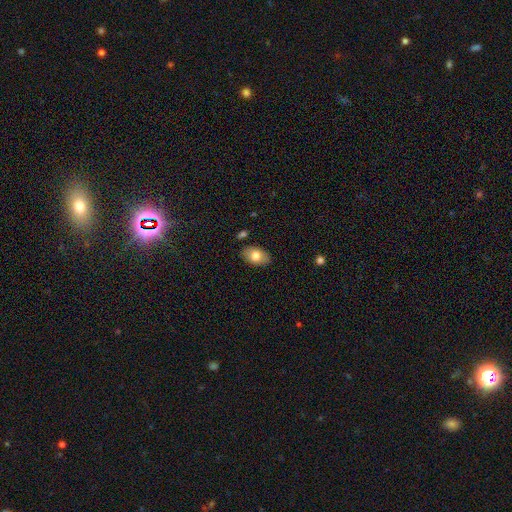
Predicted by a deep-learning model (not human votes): This appears to be a smooth galaxy with no disk features (76%) that is in between round and cigar-shaped (90%). Merging: none (84%).